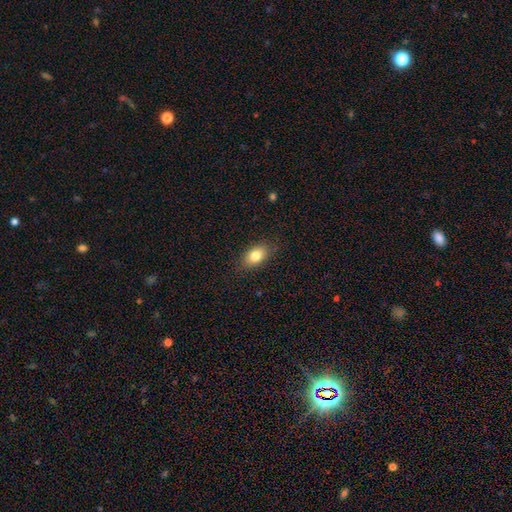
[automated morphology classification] smooth 80%, featured or disk 12%, star or artifact 8%. Down the decision tree: how rounded — in between (88%); merging — none (85%).